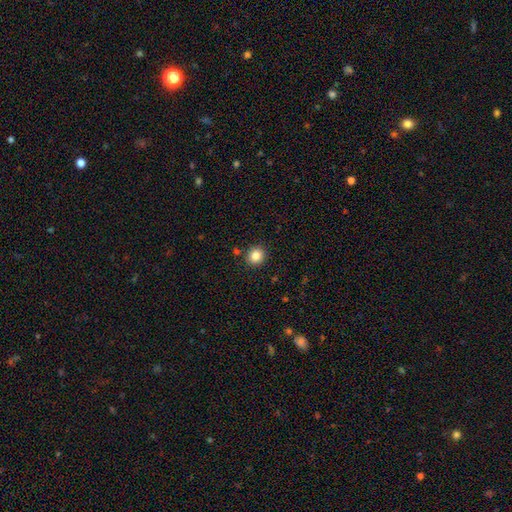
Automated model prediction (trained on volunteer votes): smooth_or_featured: smooth (p=0.84) [alt: star or artifact p=0.11]
how_rounded: round (p=0.88) [alt: in between p=0.11]
merging: none (p=0.89) [alt: minor disturbance p=0.06]